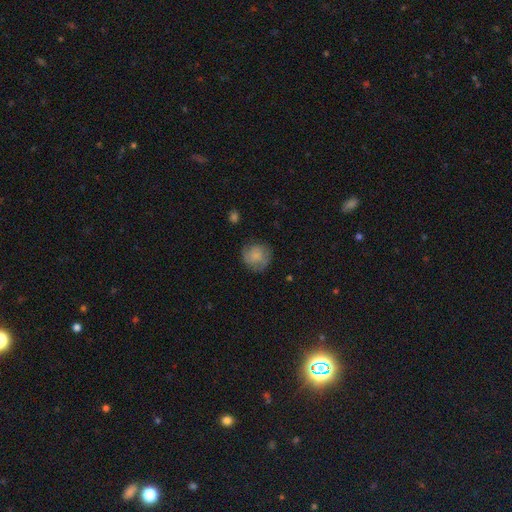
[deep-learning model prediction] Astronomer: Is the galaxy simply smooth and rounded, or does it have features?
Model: smooth — 65%.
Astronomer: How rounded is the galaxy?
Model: round — 89%.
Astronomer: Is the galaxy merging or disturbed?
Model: none — 73%.